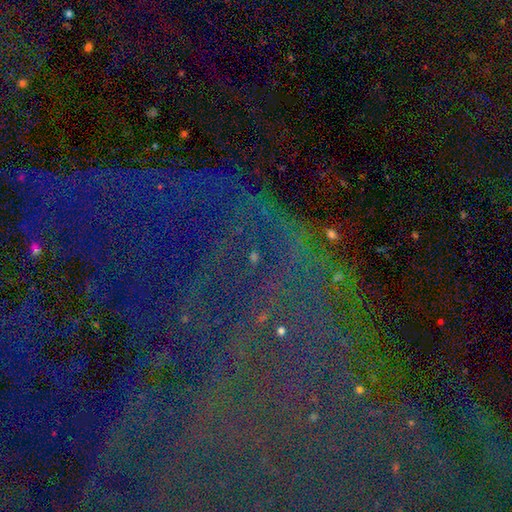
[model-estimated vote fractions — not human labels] A star or artifact, not a galaxy (81%).